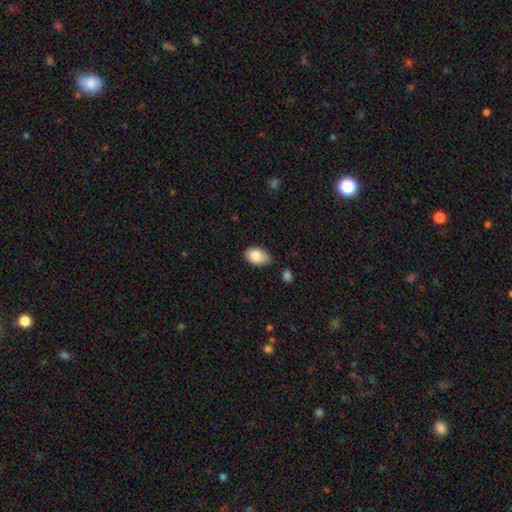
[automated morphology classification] Smooth or featured: smooth — 85% (featured or disk — 7%)
How rounded: in between — 87% (round — 11%)
Merging: none — 62% (minor disturbance — 30%)